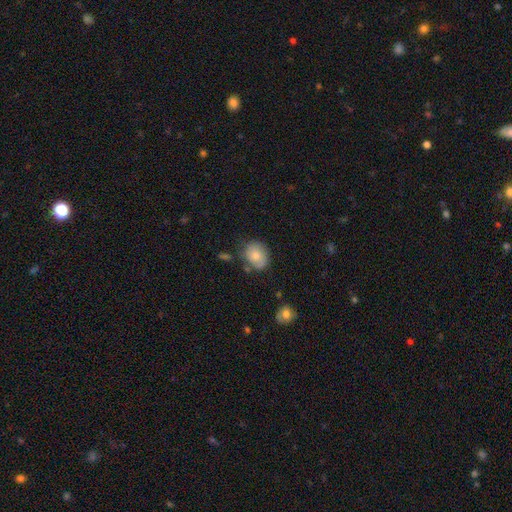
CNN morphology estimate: This is likely a smooth galaxy (74%). How rounded: possibly round (52%). Merging: likely none (65%).